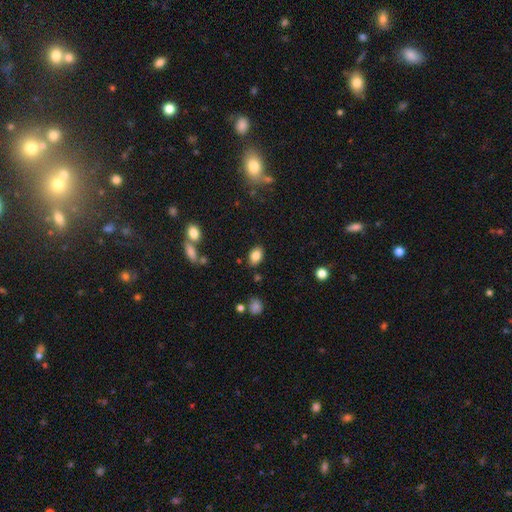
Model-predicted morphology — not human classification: The model was most divided on "merging": none: 84%, minor disturbance: 11%, merger: 3%, major disturbance: 3%. More confident: how rounded — in between (86%); smooth or featured — smooth (84%).